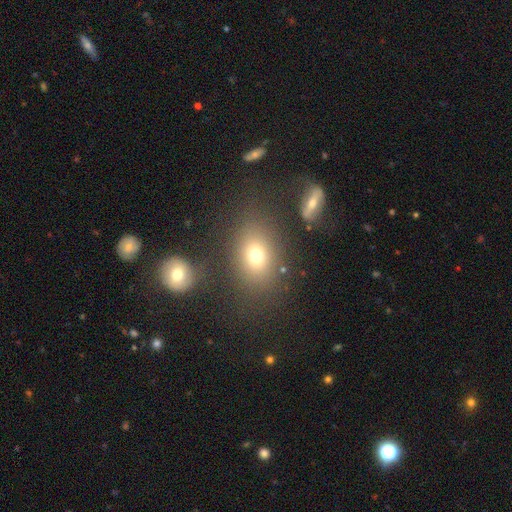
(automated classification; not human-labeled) A smooth galaxy with no disk features (73%) that is in between round and cigar-shaped (61%).

Vote fractions:
- Smooth or featured? smooth: 73% / star or artifact: 14% / featured or disk: 13%
- How rounded? in between: 61% / round: 37% / cigar-shaped: 1%
- Merging? none: 76% / minor disturbance: 12% / merger: 6% / major disturbance: 6%